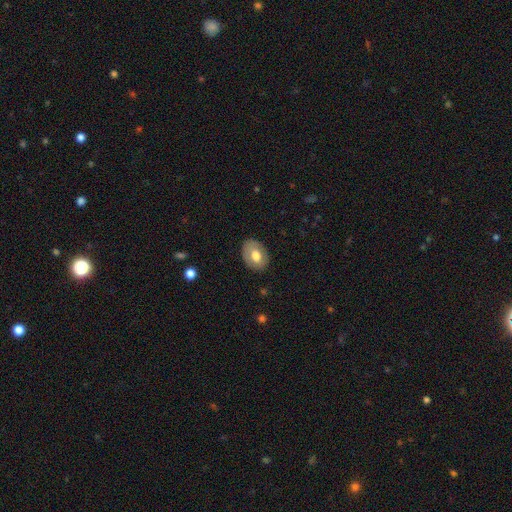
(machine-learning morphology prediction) smooth_or_featured: smooth (p=0.66) [alt: featured or disk p=0.27]
how_rounded: in between (p=0.78) [alt: round p=0.21]
merging: none (p=0.83) [alt: minor disturbance p=0.13]